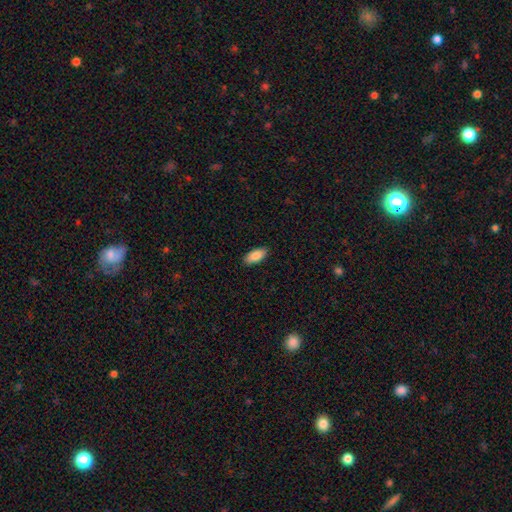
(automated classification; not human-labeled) Overall: smooth (88%). How rounded: in between (88%). Merging: none (89%).